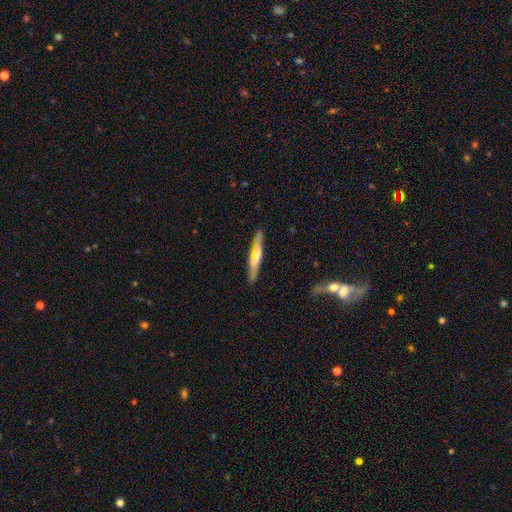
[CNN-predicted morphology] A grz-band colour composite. It shows a featured or disk galaxy (51%) viewed edge-on (88%). Merging: none (82%).